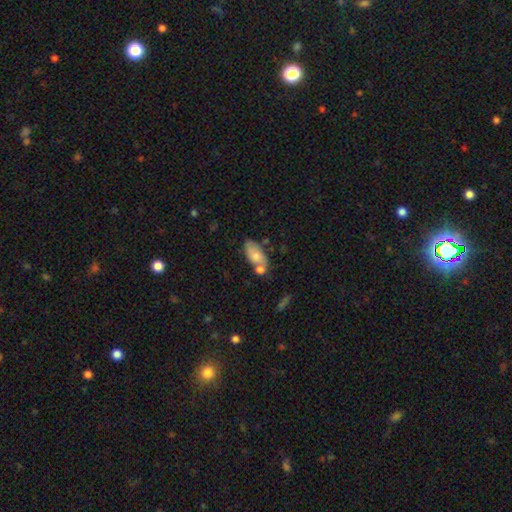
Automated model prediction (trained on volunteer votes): Overall: smooth (70%). How rounded: in between (89%). Merging: none (47%; merger 26%).